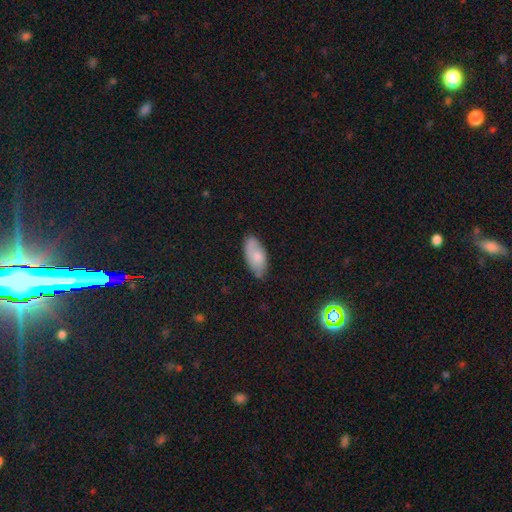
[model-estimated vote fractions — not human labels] smooth-or-featured: smooth: 73% | featured or disk: 21% | star or artifact: 7%
  how-rounded: in between: 91% | cigar-shaped: 7% | round: 2%
  merging: none: 74% | minor disturbance: 21% | major disturbance: 3% | merger: 2%